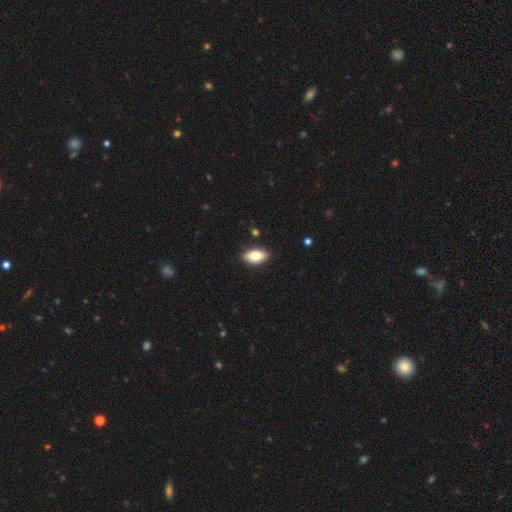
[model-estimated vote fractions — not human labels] Smooth or featured? smooth (76%)
How rounded? in between (91%)
Merging? none (88%)